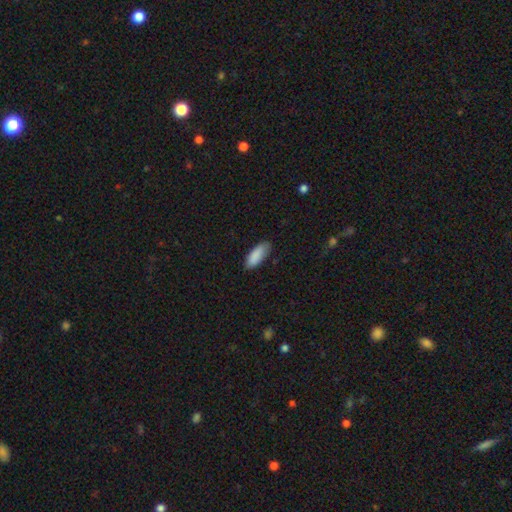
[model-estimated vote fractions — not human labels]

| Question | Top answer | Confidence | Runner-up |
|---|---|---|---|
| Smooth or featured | smooth | 89% | star or artifact (6%) |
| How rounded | in between | 76% | cigar-shaped (22%) |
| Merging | none | 79% | minor disturbance (17%) |